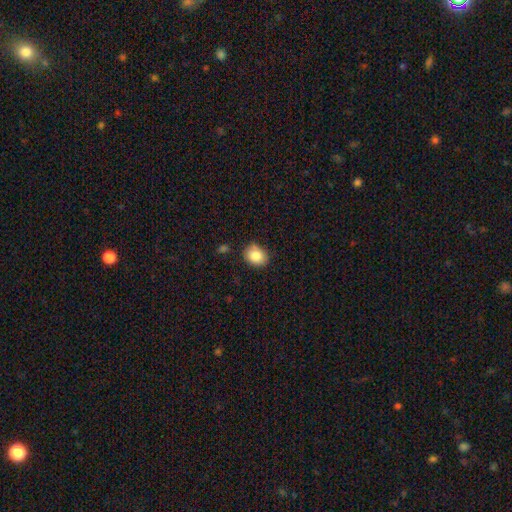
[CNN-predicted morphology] This is clearly a smooth galaxy (86%). How rounded: possibly round (51%). Merging: likely none (80%).